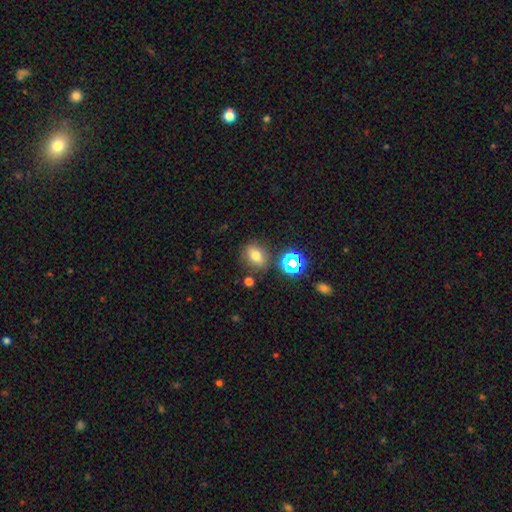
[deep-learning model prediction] The model was most divided on "how rounded": in between: 57%, round: 41%, cigar-shaped: 2%. More confident: merging — none (76%); smooth or featured — smooth (68%).